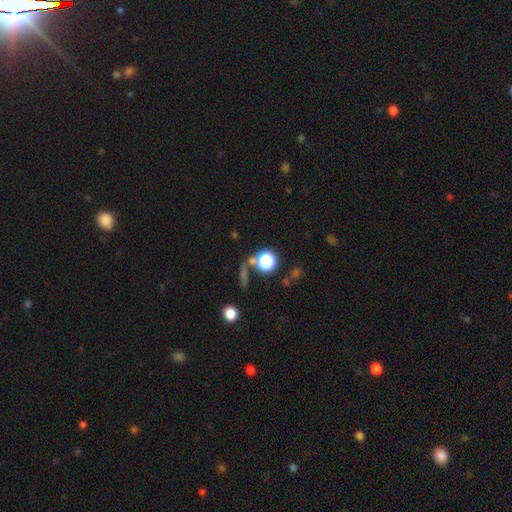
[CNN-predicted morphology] The model was most divided on "smooth or featured": star or artifact: 44%, smooth: 39%, featured or disk: 17%.